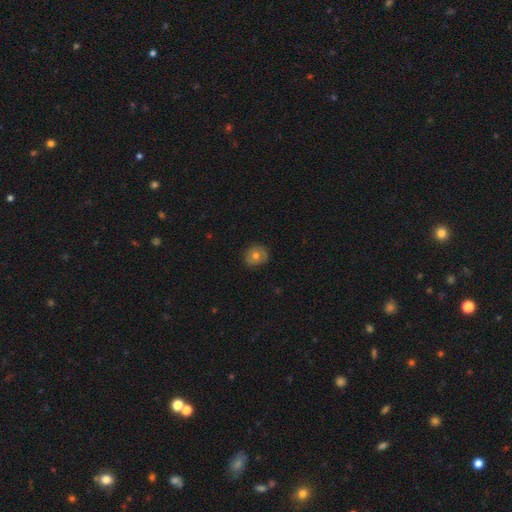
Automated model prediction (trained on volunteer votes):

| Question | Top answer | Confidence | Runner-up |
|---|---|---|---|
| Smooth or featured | smooth | 69% | featured or disk (21%) |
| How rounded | round | 83% | in between (16%) |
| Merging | none | 84% | minor disturbance (13%) |